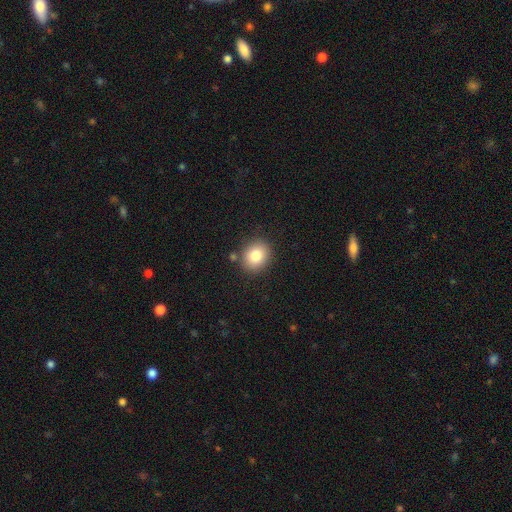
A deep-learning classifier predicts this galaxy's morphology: This is clearly a smooth galaxy (82%). How rounded: possibly round (59%). Merging: clearly none (83%).